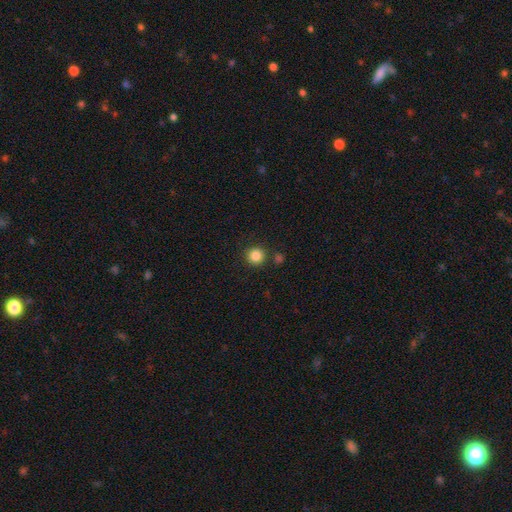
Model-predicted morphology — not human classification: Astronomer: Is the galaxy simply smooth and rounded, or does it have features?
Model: smooth — 85%.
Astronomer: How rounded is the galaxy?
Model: round — 94%.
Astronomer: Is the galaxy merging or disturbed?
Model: none — 85%.